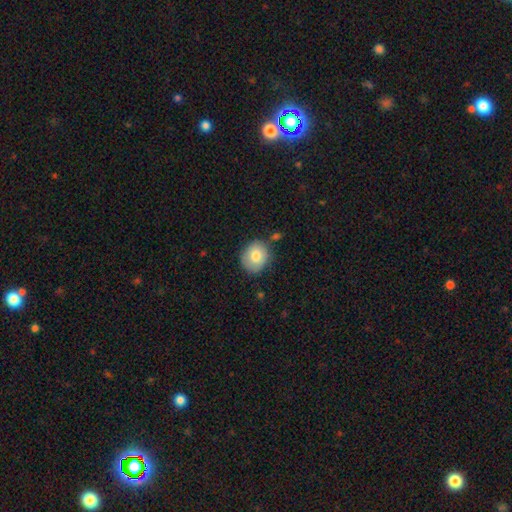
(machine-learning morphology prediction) Q: Smooth or featured?
A: smooth (78%); runner-up: featured or disk (14%)
Q: How rounded?
A: round (70%); runner-up: in between (29%)
Q: Merging?
A: none (78%); runner-up: minor disturbance (15%)